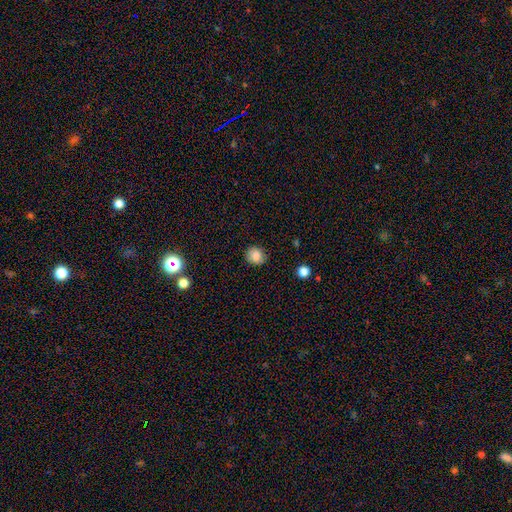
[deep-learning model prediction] smooth-or-featured: smooth: 83% | star or artifact: 10% | featured or disk: 6%
  how-rounded: round: 80% | in between: 19% | cigar-shaped: 1%
  merging: none: 84% | minor disturbance: 12% | major disturbance: 3% | merger: 1%